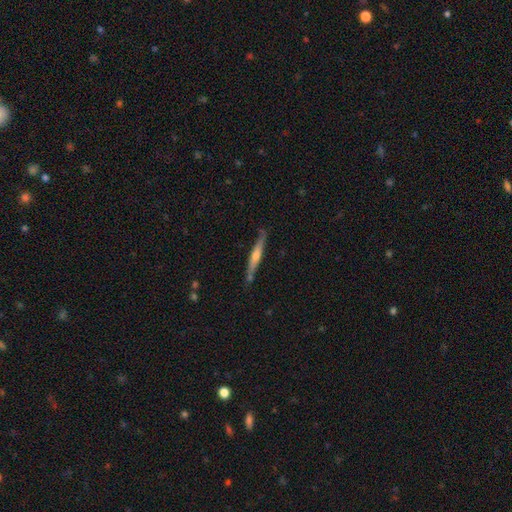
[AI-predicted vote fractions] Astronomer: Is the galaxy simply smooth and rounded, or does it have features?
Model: featured or disk — 67%.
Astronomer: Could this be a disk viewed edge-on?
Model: yes — 96%.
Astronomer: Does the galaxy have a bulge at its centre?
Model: rounded — 77%.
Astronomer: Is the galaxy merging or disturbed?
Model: none — 82%.